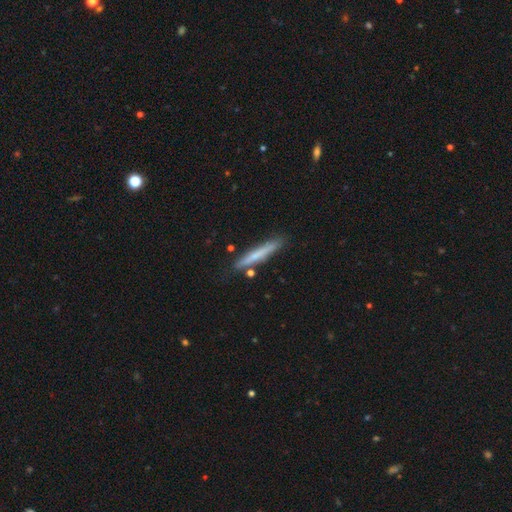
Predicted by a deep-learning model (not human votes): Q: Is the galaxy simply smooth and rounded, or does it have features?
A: smooth — 57%.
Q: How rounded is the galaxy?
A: cigar-shaped — 95%.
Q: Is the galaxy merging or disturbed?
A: none — 83%.